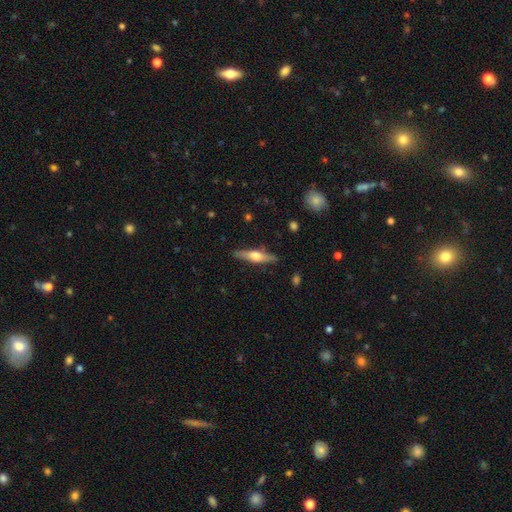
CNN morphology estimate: Smooth or featured: featured or disk — 58% (smooth — 36%)
Edge-on disk: yes — 95% (no — 5%)
Edge-on bulge: rounded — 92% (boxy — 5%)
Merging: none — 88% (minor disturbance — 9%)